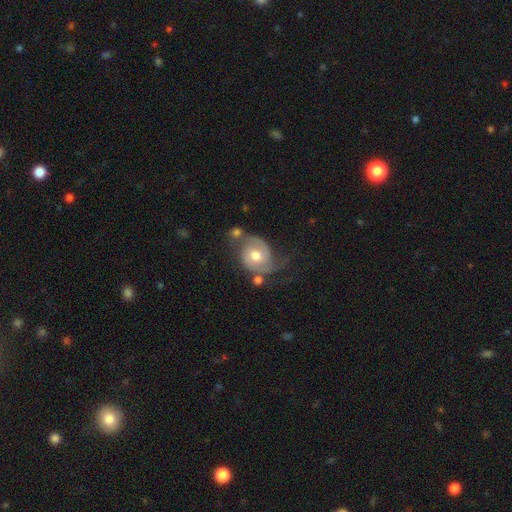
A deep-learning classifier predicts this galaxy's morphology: A featured or disk galaxy (79%) with no bar (63%), 2 (86%) medium (47%) spiral arms (94%) and a moderate central bulge (76%).

Vote fractions:
- Smooth or featured? featured or disk: 79% / smooth: 15% / star or artifact: 6%
- Edge-on disk? no: 98% / yes: 2%
- Bar? no: 63% / weak: 31% / strong: 6%
- Spiral arms? yes: 94% / no: 6%
- Spiral winding? medium: 47% / tight: 29% / loose: 24%
- Spiral arm count? 2: 86% / can't tell: 6% / 1: 4% / 3: 2% / 4: 1% / more than 4: 1%
- Bulge size? moderate: 76% / small: 12% / large: 10% / none: 1% / dominant: 1%
- Merging? none: 50% / minor disturbance: 23% / major disturbance: 15% / merger: 12%